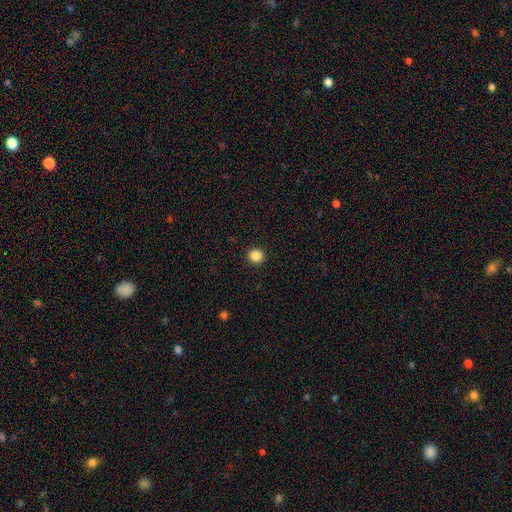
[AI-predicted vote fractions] smooth 86%, star or artifact 11%, featured or disk 3%. Down the decision tree: how rounded — round (94%); merging — none (93%).